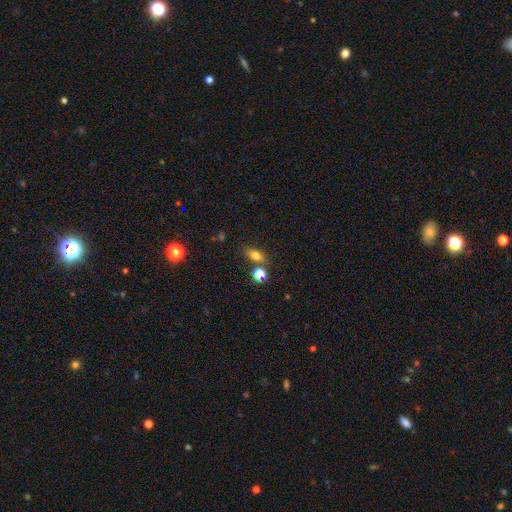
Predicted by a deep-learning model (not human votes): smooth 74%, star or artifact 15%, featured or disk 11%. Down the decision tree: how rounded — in between (72%); merging — none (68%).